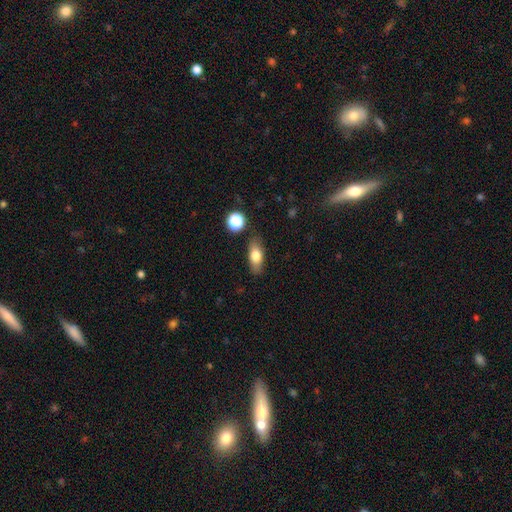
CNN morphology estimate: Q: Smooth or featured?
A: smooth (74%); runner-up: featured or disk (17%)
Q: How rounded?
A: in between (77%); runner-up: cigar-shaped (16%)
Q: Merging?
A: none (84%); runner-up: minor disturbance (11%)